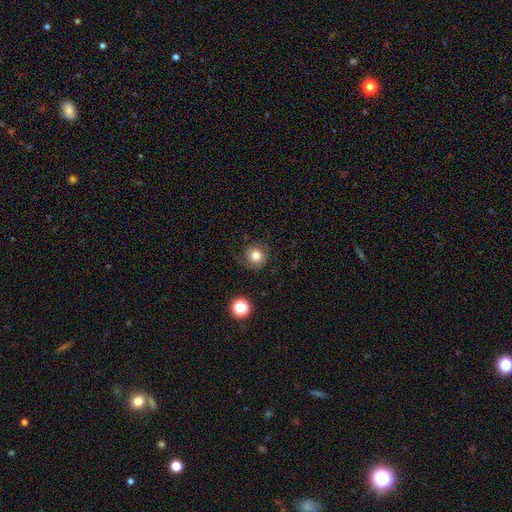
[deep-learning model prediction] Morphology: type=smooth (76%); roundness=round (92%); merging=none (77%).